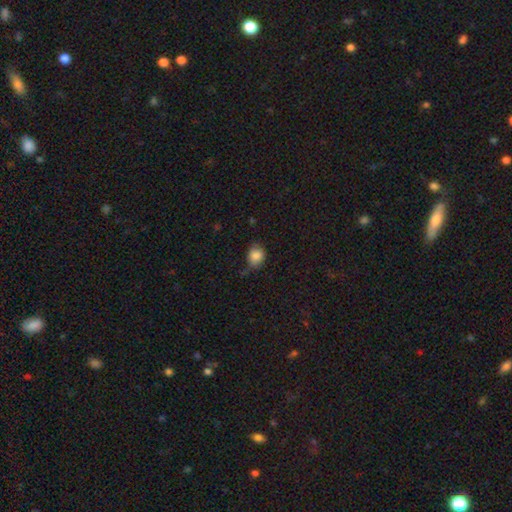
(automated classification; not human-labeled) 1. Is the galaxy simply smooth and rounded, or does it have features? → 84% smooth, 9% star or artifact, 7% featured or disk.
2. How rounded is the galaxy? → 66% round, 33% in between, 1% cigar-shaped.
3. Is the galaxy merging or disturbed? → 54% none, 34% minor disturbance, 9% major disturbance, 3% merger.